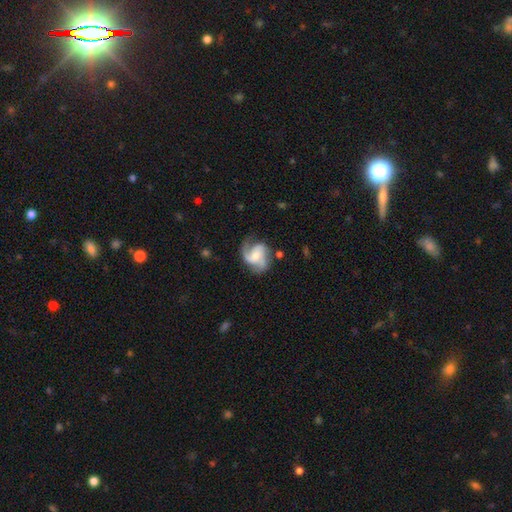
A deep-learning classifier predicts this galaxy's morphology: smooth-or-featured: featured or disk: 80% | smooth: 14% | star or artifact: 6%
  disk-edge-on: no: 98% | yes: 2%
    bar: no: 50% | weak: 38% | strong: 12%
    has-spiral-arms: yes: 95% | no: 5%
      spiral-winding: medium: 48% | loose: 33% | tight: 18%
      spiral-arm-count: 2: 54% | 3: 22% | 1: 12% | can't tell: 7% | 4: 3% | more than 4: 2%
    bulge-size: moderate: 44% | small: 38% | none: 9% | large: 8% | dominant: 2%
  merging: none: 58% | minor disturbance: 22% | major disturbance: 17% | merger: 3%